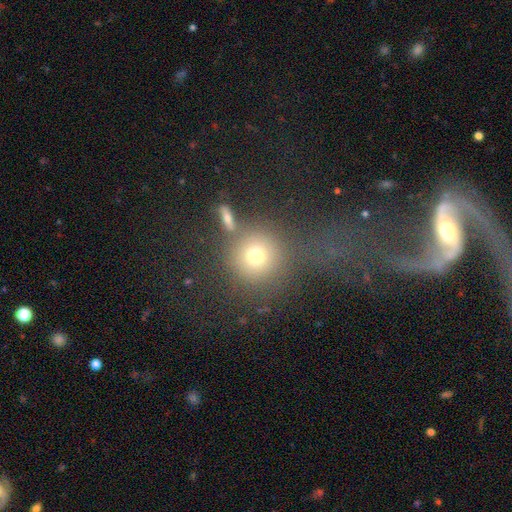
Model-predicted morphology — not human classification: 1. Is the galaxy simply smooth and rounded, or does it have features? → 71% smooth, 16% star or artifact, 13% featured or disk.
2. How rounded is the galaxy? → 91% round, 7% in between, 1% cigar-shaped.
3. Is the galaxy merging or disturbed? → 59% none, 17% merger, 13% major disturbance, 12% minor disturbance.